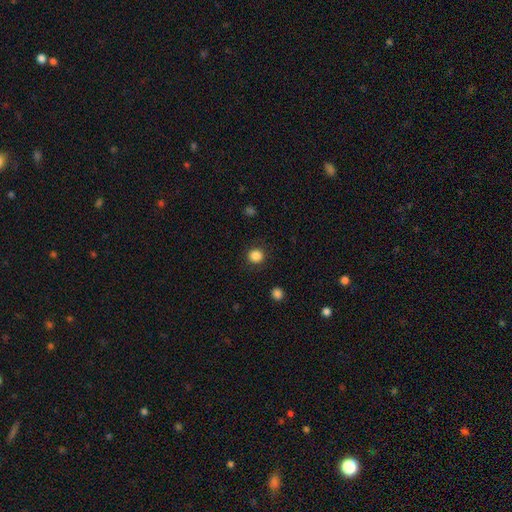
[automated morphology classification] smooth_or_featured: smooth (p=0.86) [alt: star or artifact p=0.11]
how_rounded: round (p=0.91) [alt: in between p=0.08]
merging: none (p=0.90) [alt: minor disturbance p=0.07]